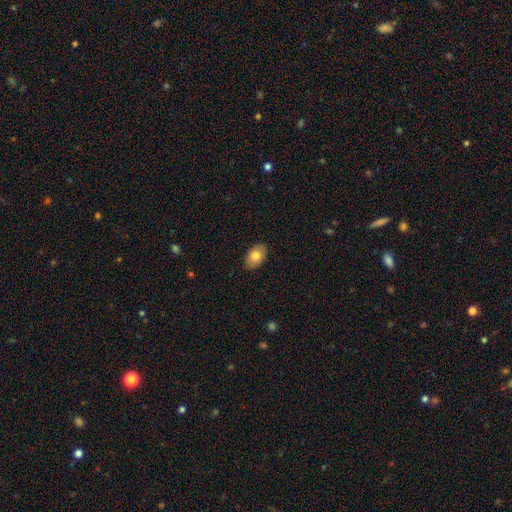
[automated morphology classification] The model was most divided on "smooth or featured": smooth: 79%, featured or disk: 14%, star or artifact: 7%. More confident: how rounded — in between (91%); merging — none (87%).